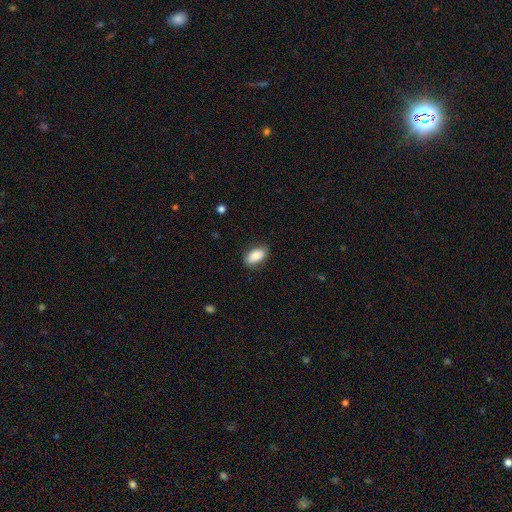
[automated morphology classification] Smooth or featured?
  - smooth: 85% *
  - featured or disk: 9%
  - star or artifact: 7%
How rounded?
  - in between: 93% *
  - round: 4%
  - cigar-shaped: 3%
Merging?
  - none: 81% *
  - minor disturbance: 14%
  - major disturbance: 3%
  - merger: 1%